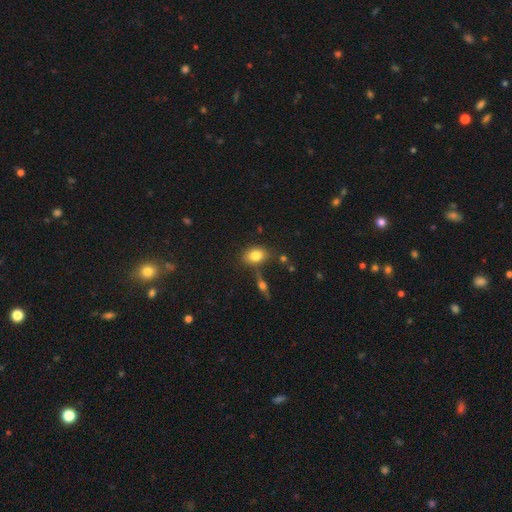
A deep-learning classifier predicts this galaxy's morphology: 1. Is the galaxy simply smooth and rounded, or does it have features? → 80% smooth, 11% featured or disk, 9% star or artifact.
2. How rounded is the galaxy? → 75% in between, 23% round, 2% cigar-shaped.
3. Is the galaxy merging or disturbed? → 69% none, 15% minor disturbance, 12% merger, 4% major disturbance.